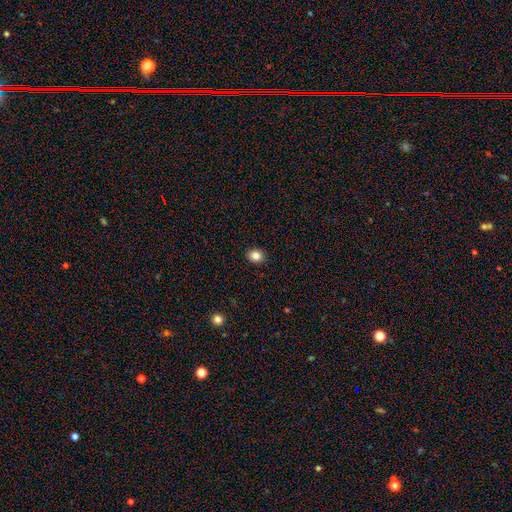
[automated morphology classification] A smooth galaxy with no disk features (85%) that is round (58%). Merging: none (91%).